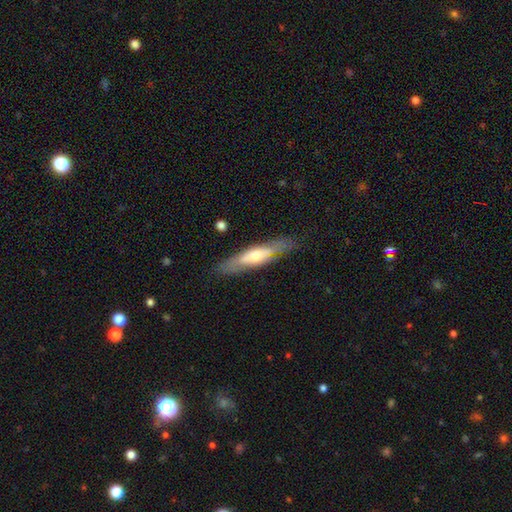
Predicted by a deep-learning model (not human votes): The model was most divided on "smooth or featured": featured or disk: 53%, smooth: 41%, star or artifact: 6%. More confident: merging — none (83%); edge-on disk — yes (66%).